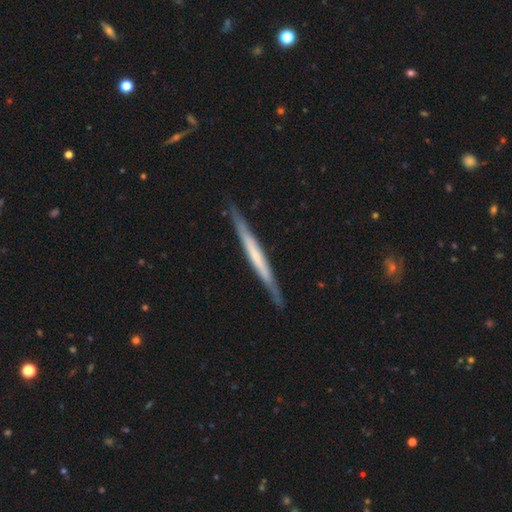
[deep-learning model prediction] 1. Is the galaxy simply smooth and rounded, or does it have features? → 59% featured or disk, 36% smooth, 5% star or artifact.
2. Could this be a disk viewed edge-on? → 96% yes, 4% no.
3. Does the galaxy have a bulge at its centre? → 76% none, 13% rounded, 11% boxy.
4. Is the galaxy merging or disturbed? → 88% none, 9% minor disturbance, 2% major disturbance, 1% merger.